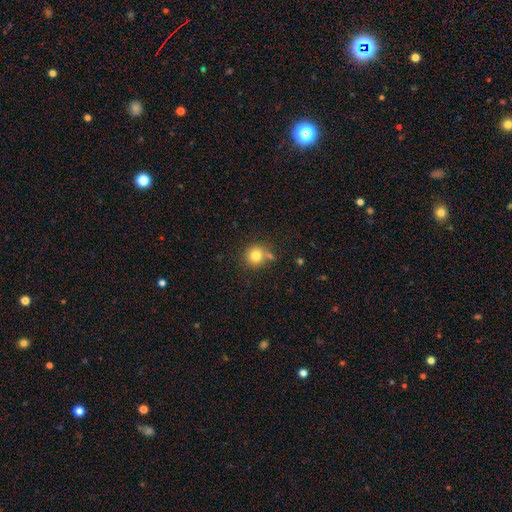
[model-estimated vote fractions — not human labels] The model was most divided on "merging": none: 69%, merger: 14%, minor disturbance: 13%, major disturbance: 4%. More confident: how rounded — round (90%); smooth or featured — smooth (80%).